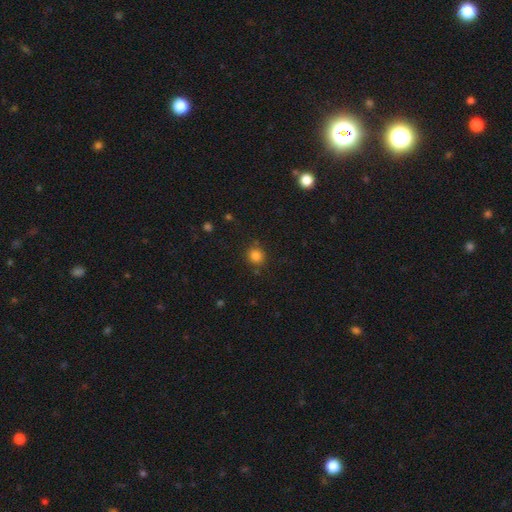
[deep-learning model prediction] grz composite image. It shows a smooth galaxy with no disk features (83%) that is round (89%). Merging: none (83%).